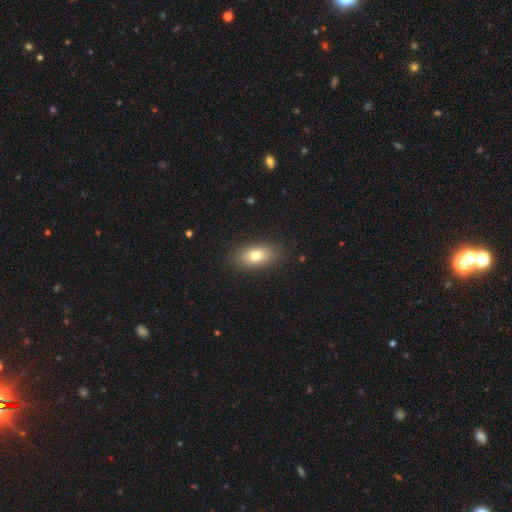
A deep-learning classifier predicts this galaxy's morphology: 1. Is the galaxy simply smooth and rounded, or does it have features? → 76% smooth, 15% featured or disk, 9% star or artifact.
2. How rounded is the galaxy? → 86% in between, 9% round, 4% cigar-shaped.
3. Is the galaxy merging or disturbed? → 87% none, 9% minor disturbance, 3% major disturbance, 1% merger.